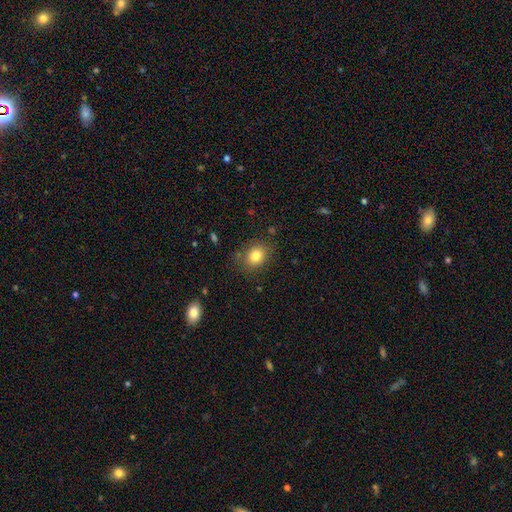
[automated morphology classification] Overall: smooth (81%). How rounded: in between (51%; round 48%). Merging: none (81%).